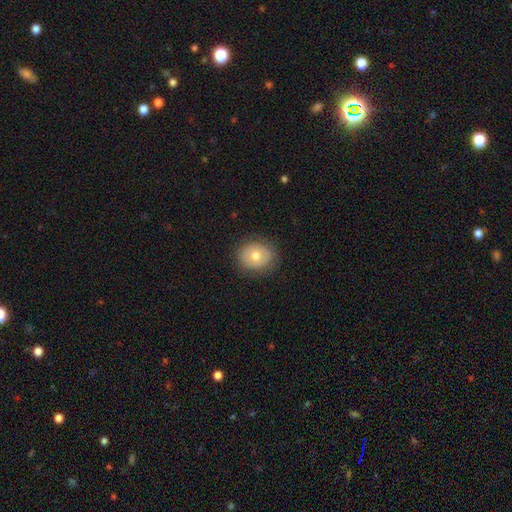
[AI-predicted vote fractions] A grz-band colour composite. It shows a smooth galaxy with no disk features (62%) that is round (79%). Merging: none (86%).